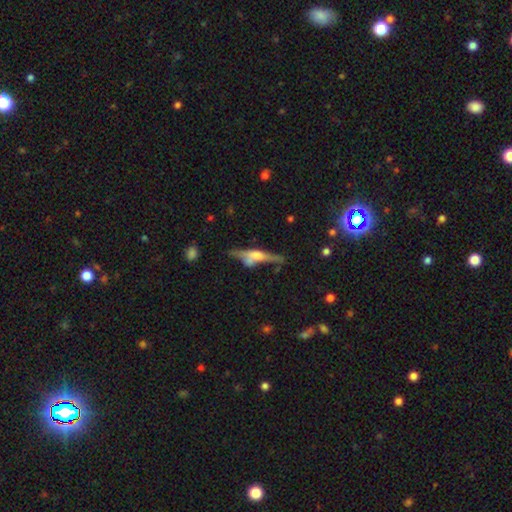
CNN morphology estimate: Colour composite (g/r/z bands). It shows a featured or disk galaxy (61%) viewed edge-on (90%) with a rounded central bulge (65%). Merging: none (52%).